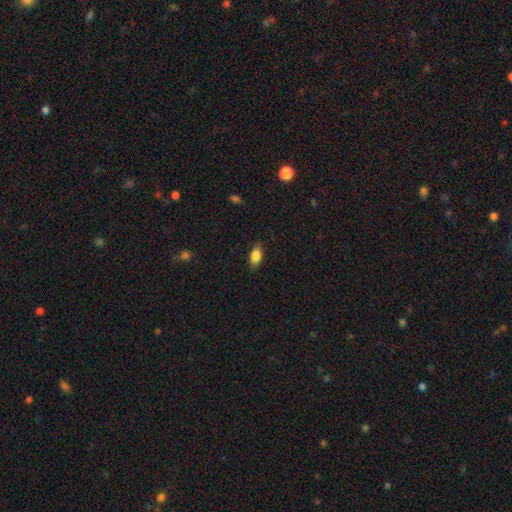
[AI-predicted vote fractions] Smooth or featured: smooth — 80% (featured or disk — 12%)
How rounded: in between — 84% (round — 9%)
Merging: none — 81% (minor disturbance — 15%)